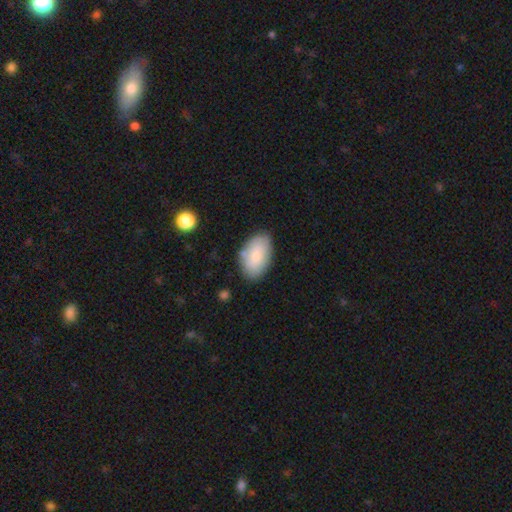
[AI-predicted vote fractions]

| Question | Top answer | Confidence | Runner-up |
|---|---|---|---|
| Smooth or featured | smooth | 79% | featured or disk (14%) |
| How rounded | in between | 93% | round (6%) |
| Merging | none | 78% | minor disturbance (15%) |